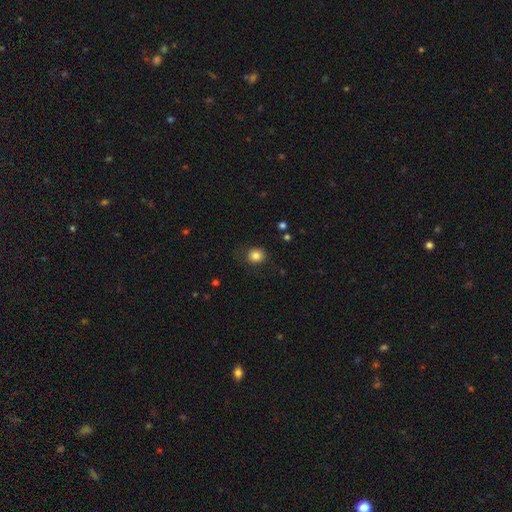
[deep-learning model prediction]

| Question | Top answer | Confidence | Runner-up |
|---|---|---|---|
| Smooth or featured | smooth | 84% | star or artifact (11%) |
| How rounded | round | 80% | in between (19%) |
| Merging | none | 84% | minor disturbance (11%) |